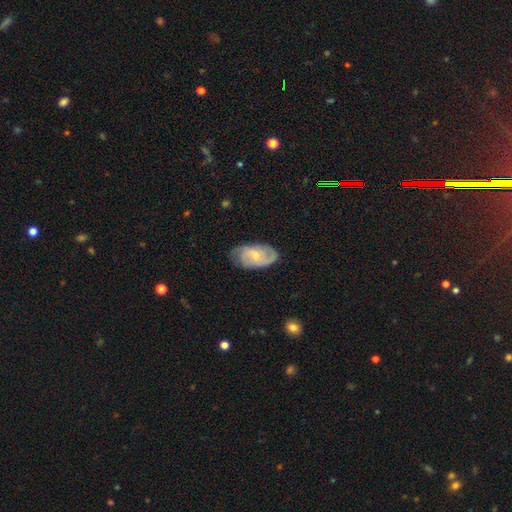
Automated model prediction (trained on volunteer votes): Smooth or featured? Predicted: featured or disk (p=0.69). Edge-on disk? Predicted: no (p=0.96). Bar? Predicted: no (p=0.49). Spiral arms? Predicted: yes (p=0.92). Spiral winding? Predicted: medium (p=0.46). Spiral arm count? Predicted: 2 (p=0.54). Bulge size? Predicted: small (p=0.60). Merging? Predicted: none (p=0.70).